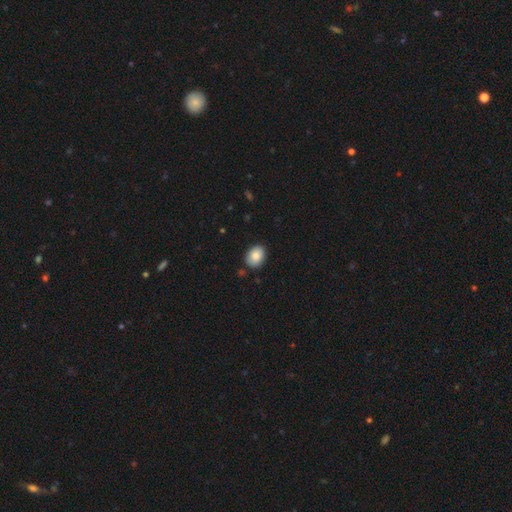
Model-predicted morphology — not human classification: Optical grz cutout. It shows a smooth galaxy with no disk features (86%) that is in between round and cigar-shaped (72%). Merging: none (86%).